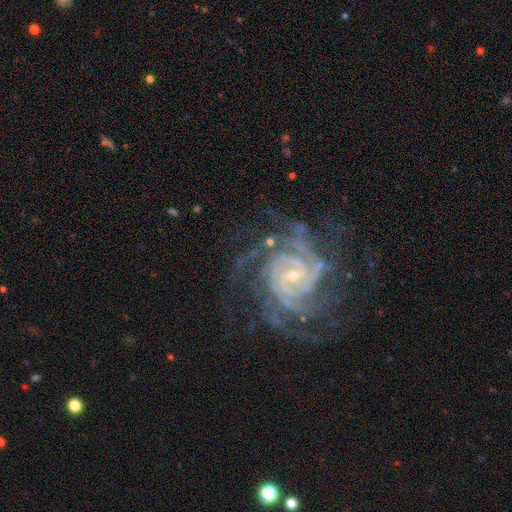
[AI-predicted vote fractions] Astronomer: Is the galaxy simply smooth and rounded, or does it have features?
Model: featured or disk — 84%.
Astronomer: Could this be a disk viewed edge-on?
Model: no — 97%.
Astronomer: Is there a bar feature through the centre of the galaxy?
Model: no — 59%.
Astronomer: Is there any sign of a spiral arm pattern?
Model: yes — 98%.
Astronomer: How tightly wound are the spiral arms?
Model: tight — 67%.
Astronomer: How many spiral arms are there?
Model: can't tell — 22% (runner-up: 4, 21%).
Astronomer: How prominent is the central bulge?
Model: small — 76%.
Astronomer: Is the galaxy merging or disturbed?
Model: none — 78%.